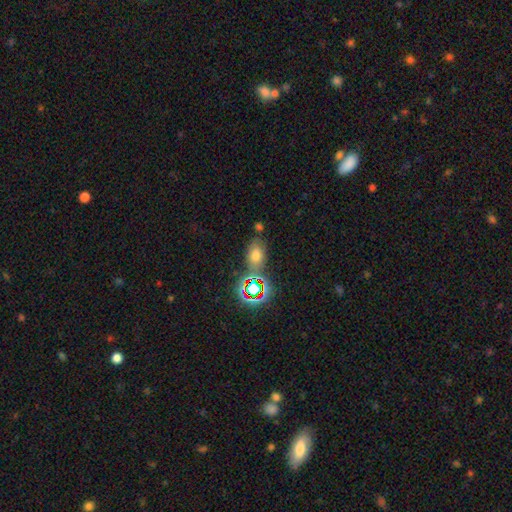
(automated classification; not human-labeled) Overall: smooth (60%; star or artifact 26%). How rounded: in between (81%). Merging: none (65%).